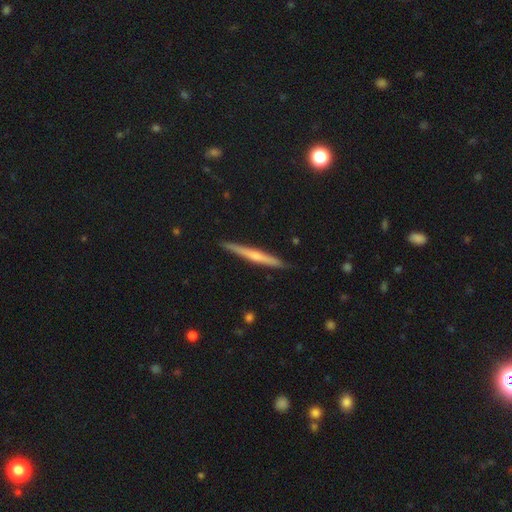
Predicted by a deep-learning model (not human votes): Smooth or featured?
  - featured or disk: 59% *
  - smooth: 35%
  - star or artifact: 6%
Edge-on disk?
  - yes: 97% *
  - no: 3%
Edge-on bulge?
  - rounded: 59% *
  - none: 35%
  - boxy: 6%
Merging?
  - none: 90% *
  - minor disturbance: 7%
  - major disturbance: 1%
  - merger: 1%